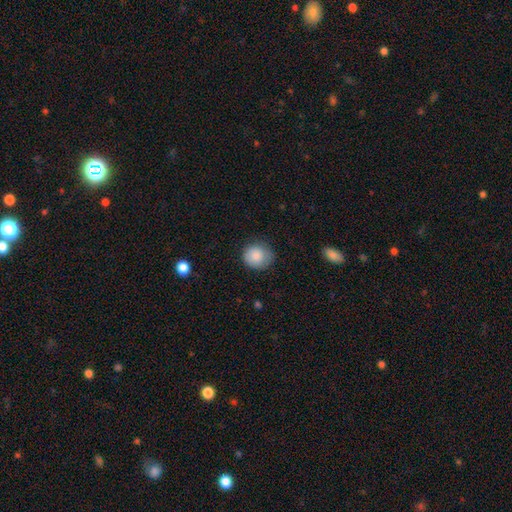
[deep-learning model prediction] Overall: smooth (87%). How rounded: round (85%). Merging: none (75%).